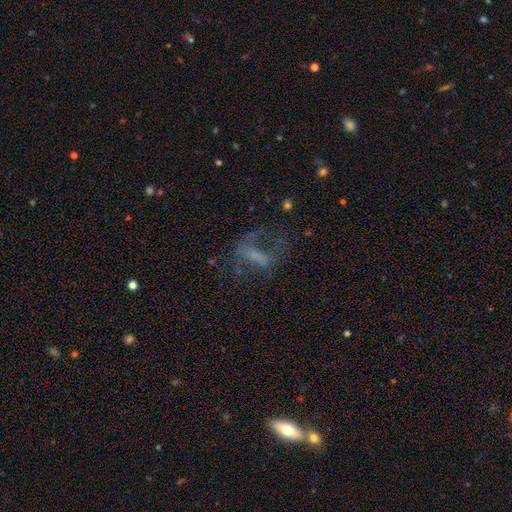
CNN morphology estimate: Smooth or featured? featured or disk (48%)
Merging? major disturbance (44%)